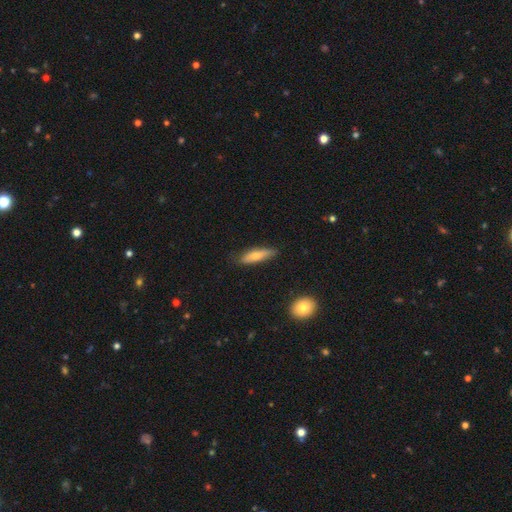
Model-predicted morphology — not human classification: Smooth or featured? smooth (72%)
How rounded? cigar-shaped (65%)
Merging? none (77%)